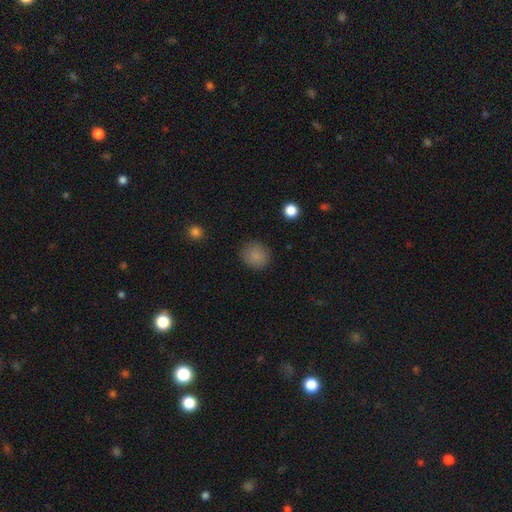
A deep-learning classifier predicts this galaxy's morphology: smooth-or-featured: smooth: 86% | star or artifact: 10% | featured or disk: 4%
  how-rounded: round: 82% | in between: 17% | cigar-shaped: 1%
  merging: none: 87% | minor disturbance: 9% | major disturbance: 3% | merger: 1%